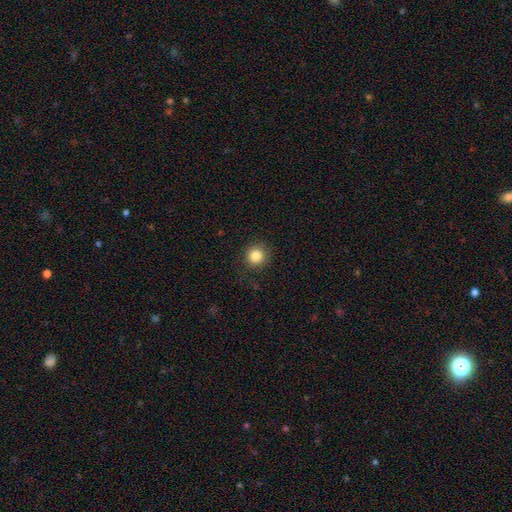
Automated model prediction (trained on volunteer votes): Smooth or featured? smooth (84%)
How rounded? round (92%)
Merging? none (88%)